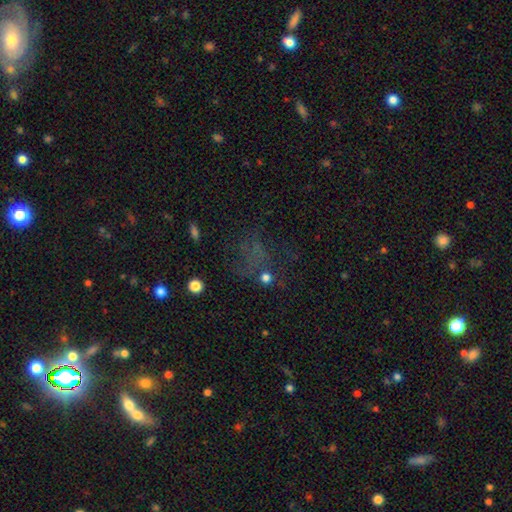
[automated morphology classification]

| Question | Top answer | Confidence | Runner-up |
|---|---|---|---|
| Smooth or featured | star or artifact | 44% | smooth (34%) |